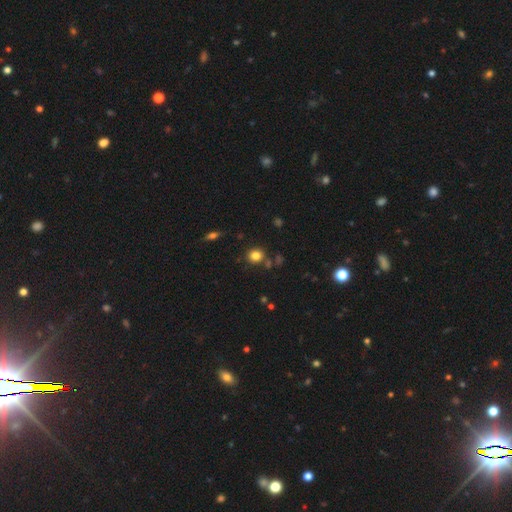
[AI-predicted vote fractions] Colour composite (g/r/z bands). It shows a smooth galaxy with no disk features (81%) that is round (81%). Merging: none (80%).